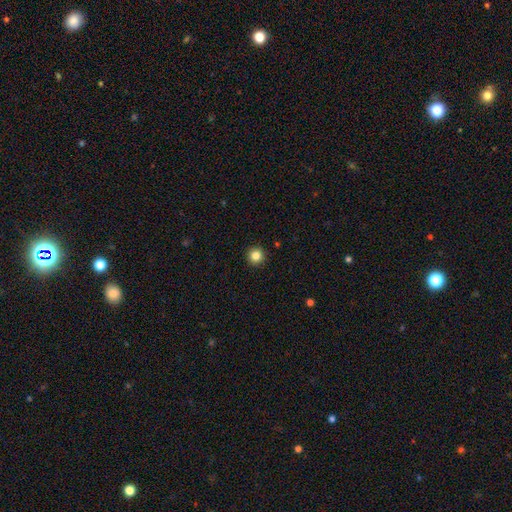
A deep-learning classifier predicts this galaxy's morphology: Overall: smooth (84%). How rounded: round (96%). Merging: none (94%).